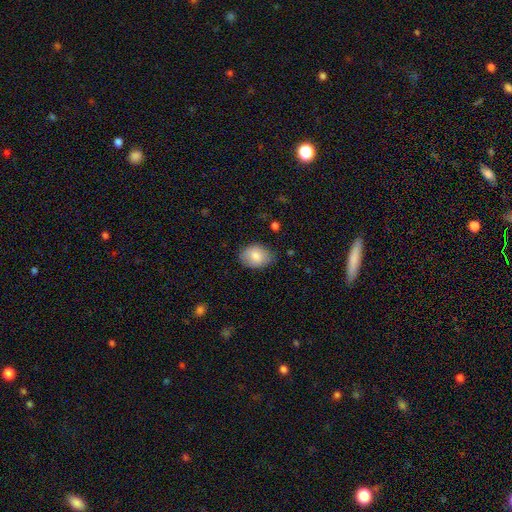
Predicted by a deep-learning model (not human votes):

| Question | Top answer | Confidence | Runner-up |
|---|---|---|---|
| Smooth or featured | smooth | 83% | featured or disk (10%) |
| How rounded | in between | 76% | round (23%) |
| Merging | none | 78% | minor disturbance (18%) |